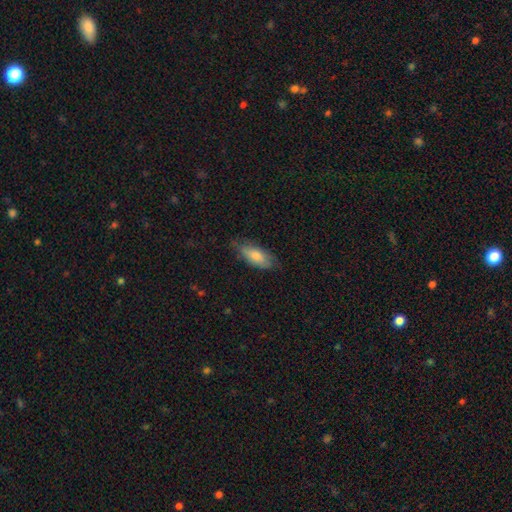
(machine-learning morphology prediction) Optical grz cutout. It shows a smooth galaxy with no disk features (73%) that is in between round and cigar-shaped (73%). Merging: none (72%).